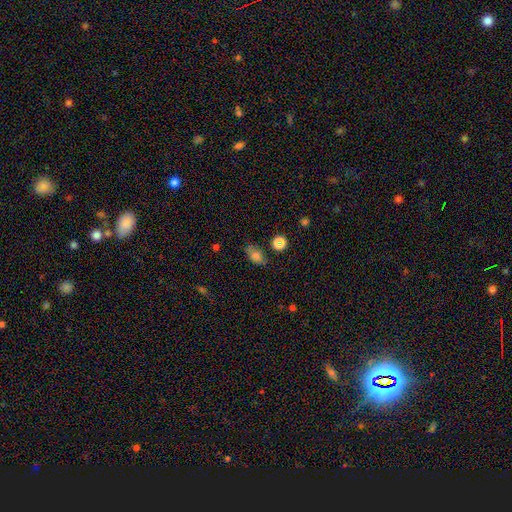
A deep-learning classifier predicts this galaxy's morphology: A smooth galaxy with no disk features (71%) that is in between round and cigar-shaped (80%). Merging: none (71%).